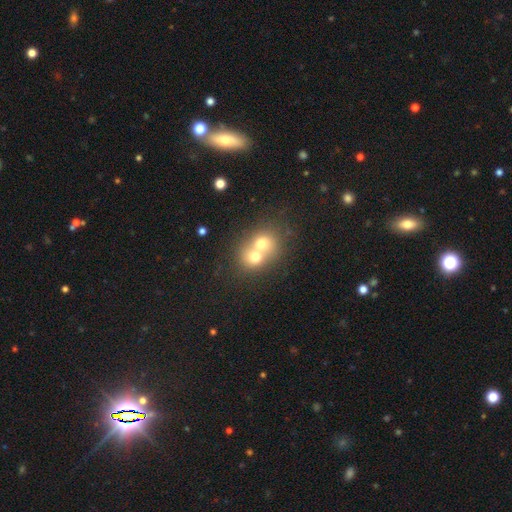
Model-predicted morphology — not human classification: This appears to be a smooth galaxy with no disk features (64%) that is round (70%). Merging: merger (74%).